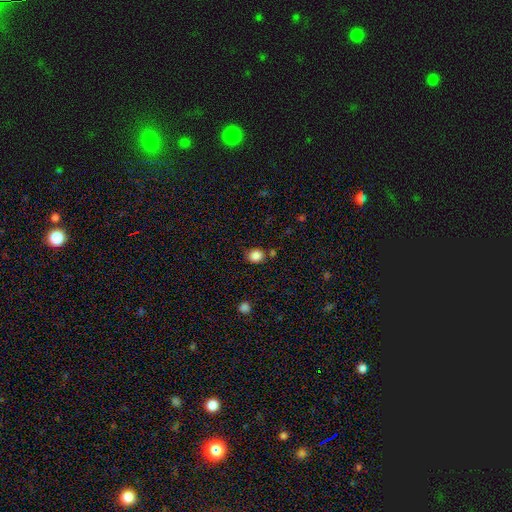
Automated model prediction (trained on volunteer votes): smooth_or_featured: smooth (p=0.86) [alt: star or artifact p=0.10]
how_rounded: round (p=0.73) [alt: in between p=0.26]
merging: none (p=0.78) [alt: minor disturbance p=0.12]